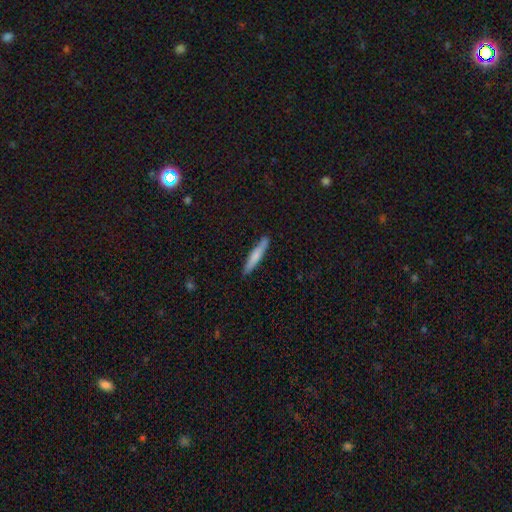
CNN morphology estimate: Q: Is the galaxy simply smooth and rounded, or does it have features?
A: smooth — 69%.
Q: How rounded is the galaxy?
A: cigar-shaped — 93%.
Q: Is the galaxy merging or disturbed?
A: none — 89%.